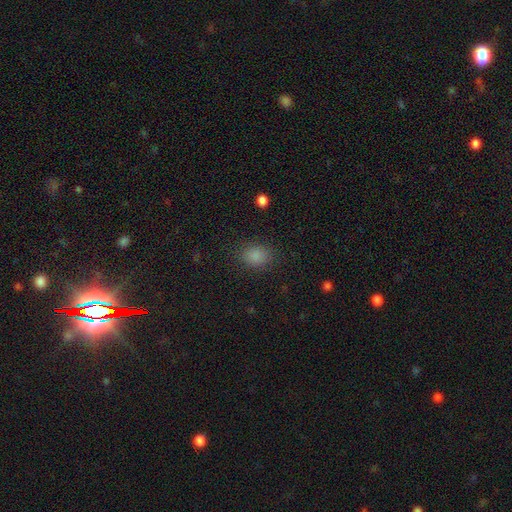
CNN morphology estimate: The model was most divided on "how rounded": in between: 51%, round: 48%, cigar-shaped: 1%. More confident: merging — none (86%); smooth or featured — smooth (84%).